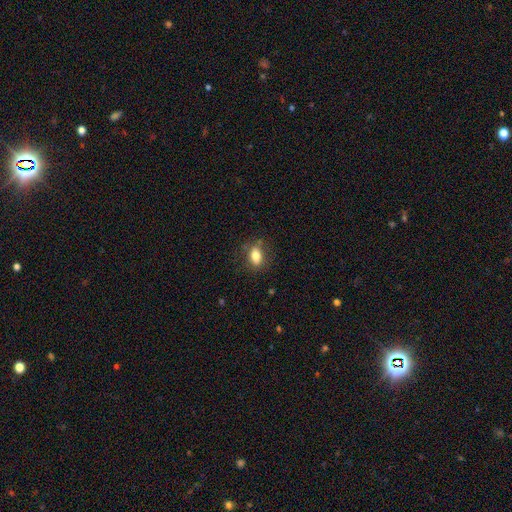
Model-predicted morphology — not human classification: smooth_or_featured: smooth (p=0.80) [alt: featured or disk p=0.11]
how_rounded: in between (p=0.82) [alt: round p=0.14]
merging: none (p=0.79) [alt: minor disturbance p=0.14]